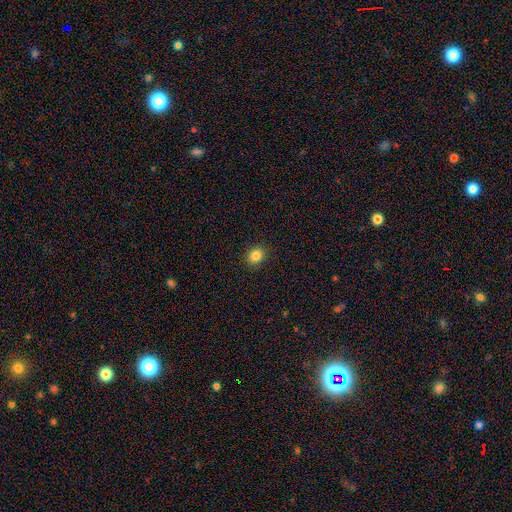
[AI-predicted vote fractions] smooth-or-featured: smooth: 85% | star or artifact: 11% | featured or disk: 5%
  how-rounded: round: 68% | in between: 31% | cigar-shaped: 1%
  merging: none: 90% | minor disturbance: 7% | major disturbance: 2% | merger: 1%